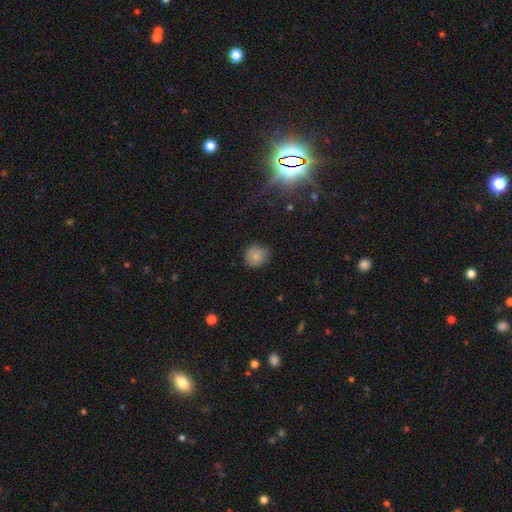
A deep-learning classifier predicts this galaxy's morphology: A smooth galaxy with no disk features (78%) that is round (81%). Merging: none (72%).